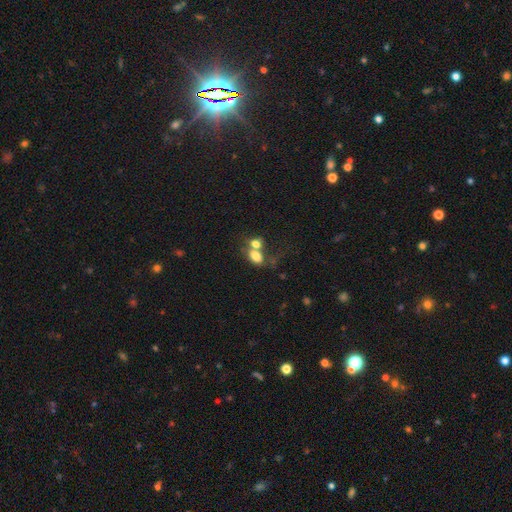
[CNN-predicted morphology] This is likely a smooth galaxy (74%). How rounded: likely in between (78%). Merging: possibly merger (56%).